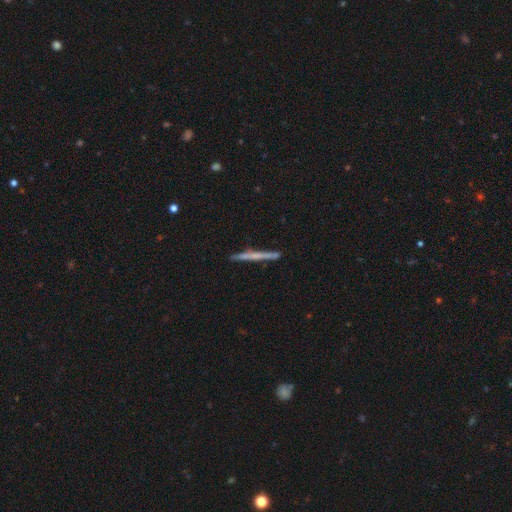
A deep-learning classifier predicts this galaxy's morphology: A featured or disk galaxy (51%) viewed edge-on (97%). Merging: none (88%).